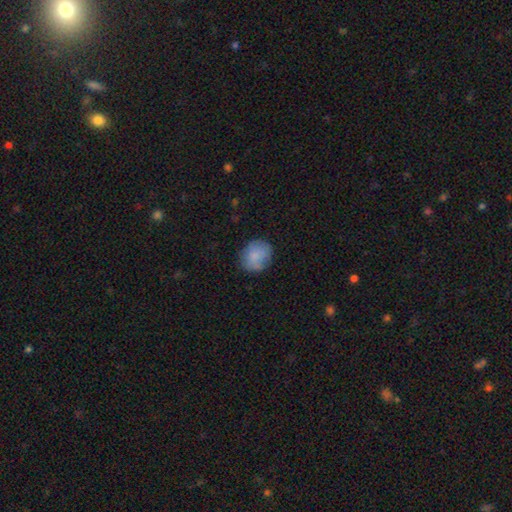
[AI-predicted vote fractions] Morphology: type=smooth (82%); roundness=round (65%); merging=none (76%).